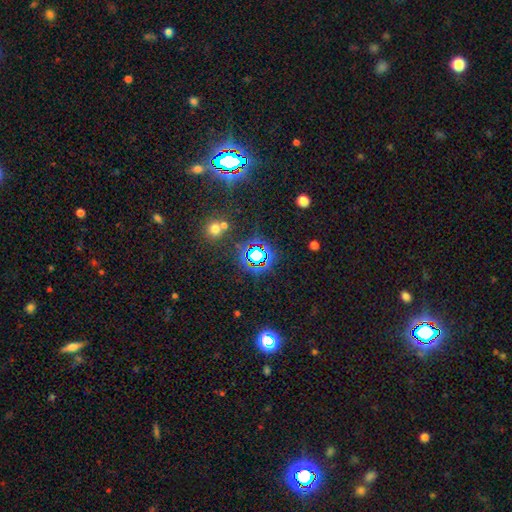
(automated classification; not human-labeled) A star or artifact, not a galaxy (72%).